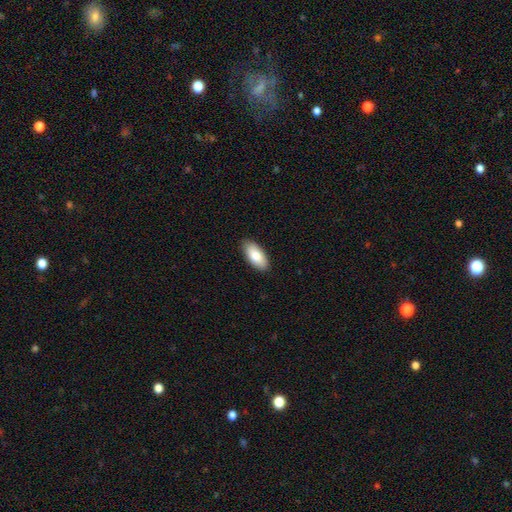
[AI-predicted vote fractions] Q: Smooth or featured?
A: smooth (84%); runner-up: featured or disk (10%)
Q: How rounded?
A: in between (91%); runner-up: cigar-shaped (7%)
Q: Merging?
A: none (89%); runner-up: minor disturbance (8%)